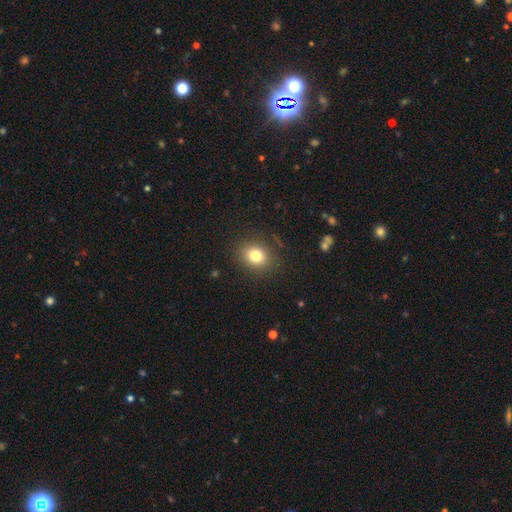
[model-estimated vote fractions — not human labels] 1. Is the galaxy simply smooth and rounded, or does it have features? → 80% smooth, 12% star or artifact, 9% featured or disk.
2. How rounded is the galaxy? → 57% round, 42% in between, 1% cigar-shaped.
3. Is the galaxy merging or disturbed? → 87% none, 9% minor disturbance, 3% major disturbance, 1% merger.